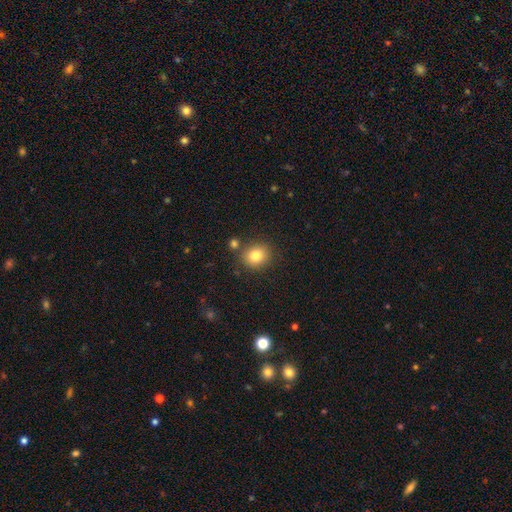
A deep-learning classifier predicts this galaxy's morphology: Smooth or featured?
  - smooth: 81% *
  - star or artifact: 11%
  - featured or disk: 8%
How rounded?
  - round: 76% *
  - in between: 23%
  - cigar-shaped: 1%
Merging?
  - none: 80% *
  - minor disturbance: 9%
  - merger: 8%
  - major disturbance: 3%